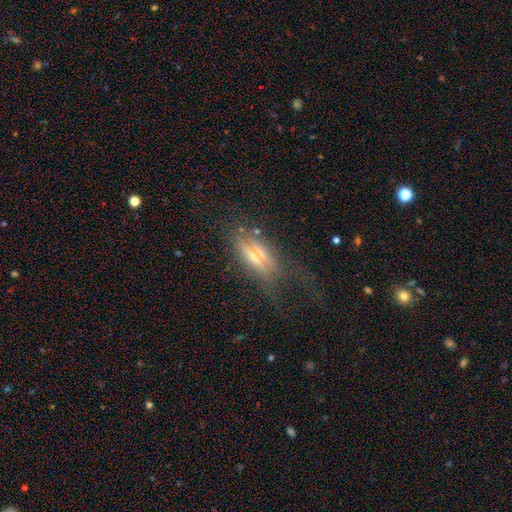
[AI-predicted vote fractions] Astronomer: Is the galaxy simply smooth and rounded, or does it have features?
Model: featured or disk — 57%.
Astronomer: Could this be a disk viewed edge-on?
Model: yes — 81%.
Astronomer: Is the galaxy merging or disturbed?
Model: none — 57%.